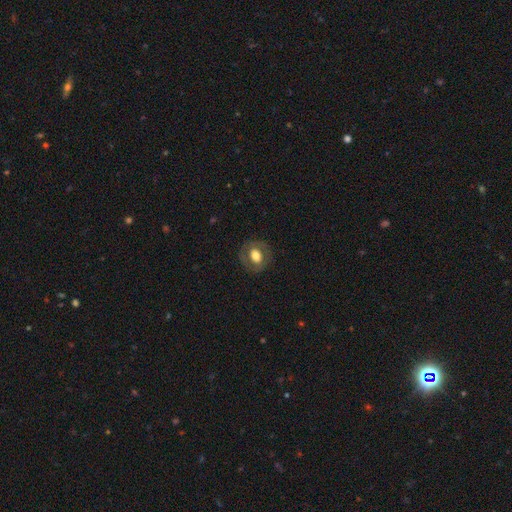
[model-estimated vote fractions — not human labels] Morphology: type=smooth (57%); roundness=round (63%); merging=none (82%).